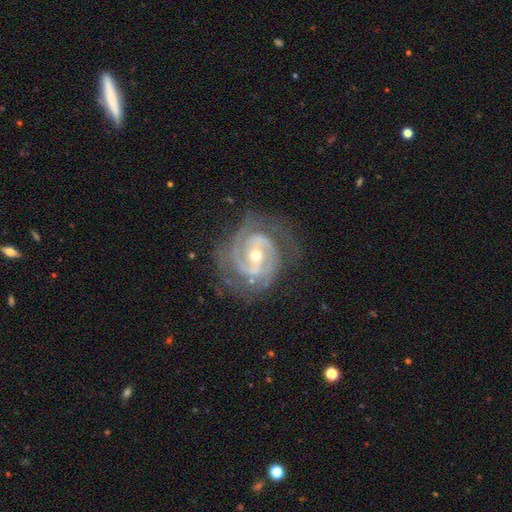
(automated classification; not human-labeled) Overall: featured or disk (92%). Edge-on disk: no (97%). Bar: weak (42%; no 34%). Spiral arms: yes (98%). Spiral arm count: 2 (60%). Spiral winding: tight (59%; medium 35%). Bulge size: small (55%; moderate 43%). Merging: none (70%).